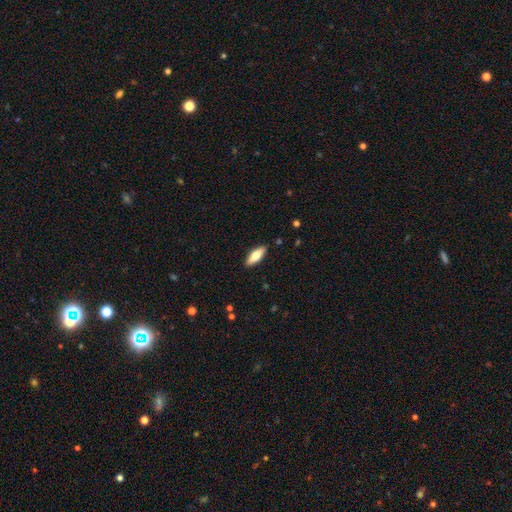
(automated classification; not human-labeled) smooth 65%, featured or disk 29%, star or artifact 6%. Down the decision tree: how rounded — in between (64%); merging — none (89%).